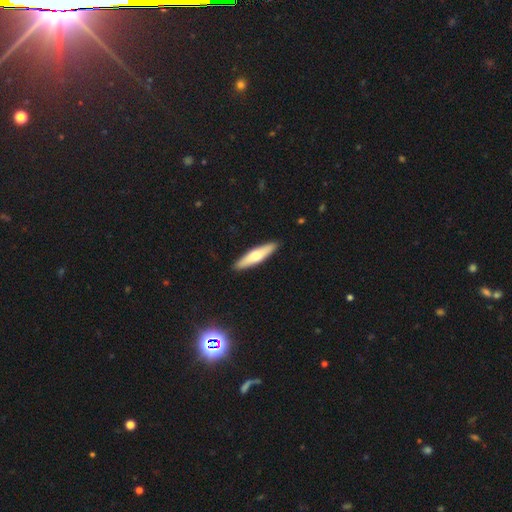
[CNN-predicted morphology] Smooth or featured: smooth — 57% (featured or disk — 39%)
How rounded: cigar-shaped — 79% (in between — 19%)
Merging: none — 91% (minor disturbance — 7%)